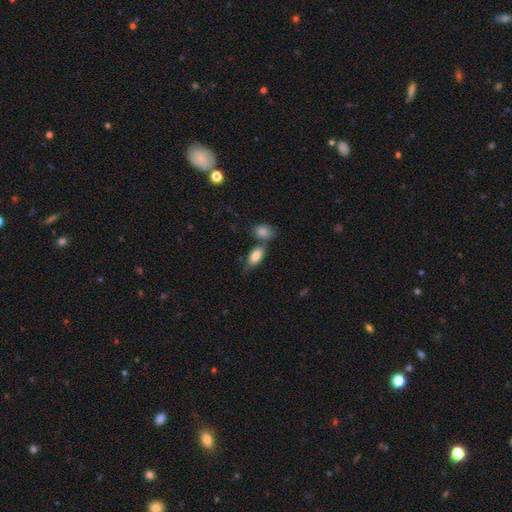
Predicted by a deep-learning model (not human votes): This is clearly a smooth galaxy (83%). How rounded: clearly in between (89%). Merging: possibly none (49%).